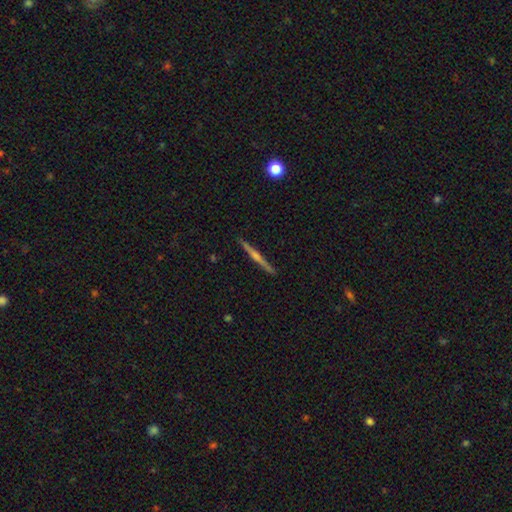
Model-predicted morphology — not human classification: The model was most divided on "smooth or featured": featured or disk: 72%, smooth: 22%, star or artifact: 6%. More confident: edge-on disk — yes (98%); merging — none (91%); edge-on bulge — rounded (71%).